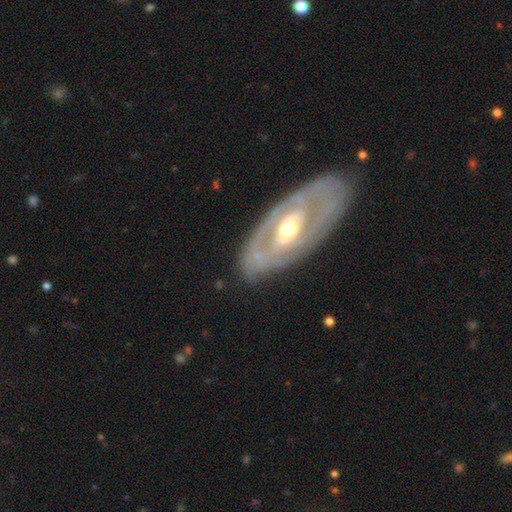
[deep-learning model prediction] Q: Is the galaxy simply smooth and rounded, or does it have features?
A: featured or disk — 76%.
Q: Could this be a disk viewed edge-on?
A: no — 91%.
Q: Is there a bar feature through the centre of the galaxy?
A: no — 47%.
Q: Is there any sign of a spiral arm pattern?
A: yes — 63%.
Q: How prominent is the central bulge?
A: moderate — 70%.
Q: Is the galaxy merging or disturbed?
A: none — 68%.